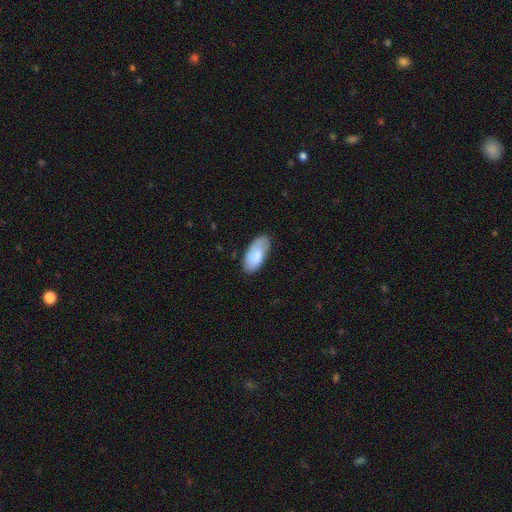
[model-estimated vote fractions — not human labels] smooth_or_featured: smooth (p=0.76) [alt: featured or disk p=0.18]
how_rounded: in between (p=0.91) [alt: cigar-shaped p=0.08]
merging: none (p=0.69) [alt: minor disturbance p=0.24]